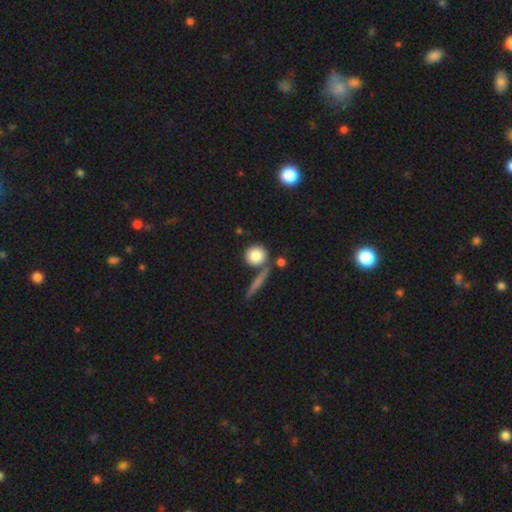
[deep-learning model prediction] Morphology: type=smooth (82%); roundness=round (86%); merging=none (70%).